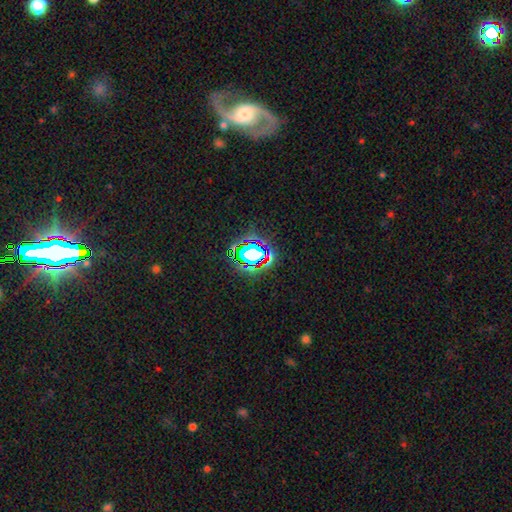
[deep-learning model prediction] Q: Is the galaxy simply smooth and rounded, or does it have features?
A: star or artifact — 65%.